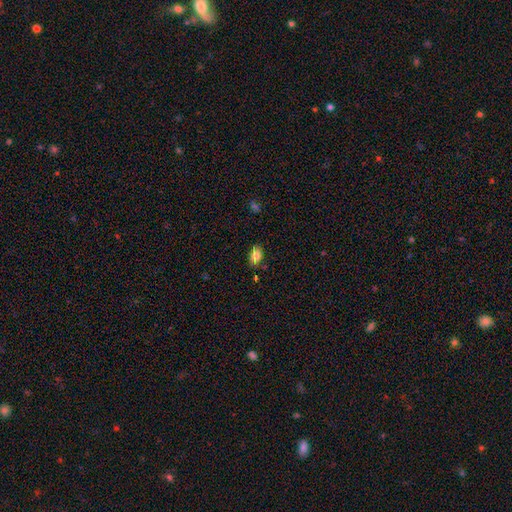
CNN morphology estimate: smooth-or-featured: smooth: 82% | featured or disk: 10% | star or artifact: 9%
  how-rounded: in between: 89% | round: 9% | cigar-shaped: 2%
  merging: none: 81% | minor disturbance: 13% | merger: 3% | major disturbance: 2%